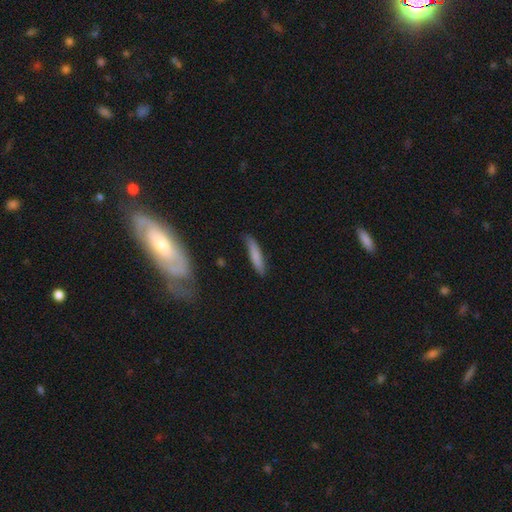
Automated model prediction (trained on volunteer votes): smooth 76%, featured or disk 17%, star or artifact 6%. Down the decision tree: how rounded — cigar-shaped (85%); merging — none (79%).